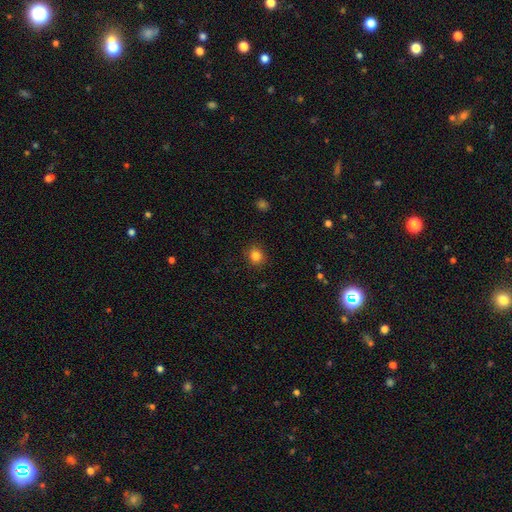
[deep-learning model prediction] Morphology: type=smooth (83%); roundness=round (81%); merging=none (89%).